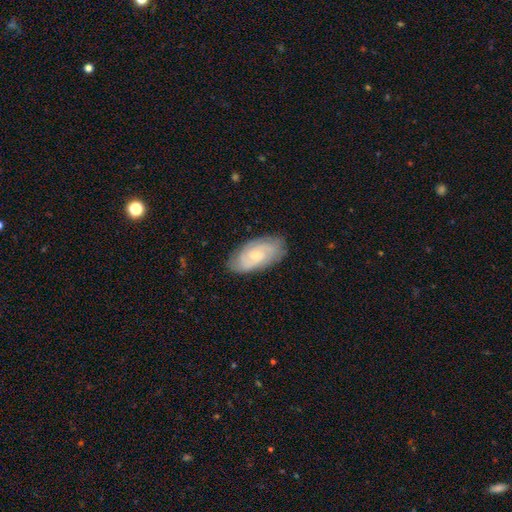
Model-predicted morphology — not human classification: smooth-or-featured: featured or disk: 69% | smooth: 25% | star or artifact: 6%
  disk-edge-on: no: 95% | yes: 5%
    bar: no: 59% | weak: 36% | strong: 5%
    has-spiral-arms: yes: 93% | no: 7%
      spiral-winding: tight: 57% | medium: 34% | loose: 9%
      spiral-arm-count: 2: 53% | can't tell: 25% | 3: 12% | 4: 4% | 1: 3% | more than 4: 3%
    bulge-size: small: 59% | moderate: 30% | none: 8% | large: 2% | dominant: 1%
  merging: none: 80% | minor disturbance: 15% | major disturbance: 3% | merger: 1%